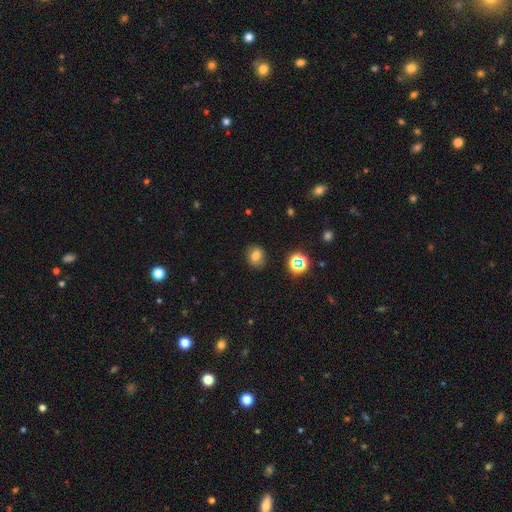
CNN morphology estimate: Smooth or featured: smooth — 74% (star or artifact — 16%)
How rounded: round — 58% (in between — 41%)
Merging: none — 84% (minor disturbance — 11%)